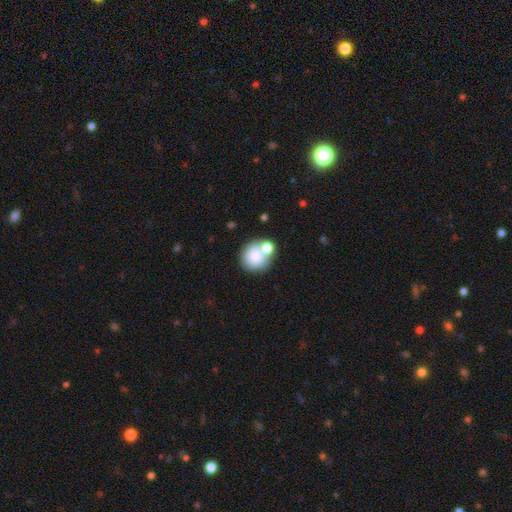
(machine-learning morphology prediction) This is likely a smooth galaxy (80%). How rounded: clearly round (83%). Merging: possibly none (54%).